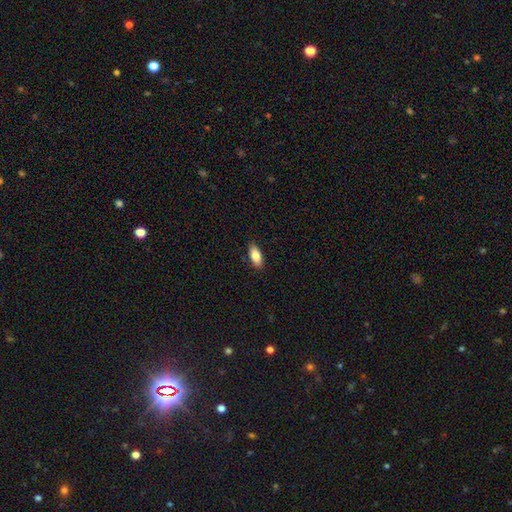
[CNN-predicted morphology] Smooth or featured? smooth (82%)
How rounded? in between (83%)
Merging? none (88%)